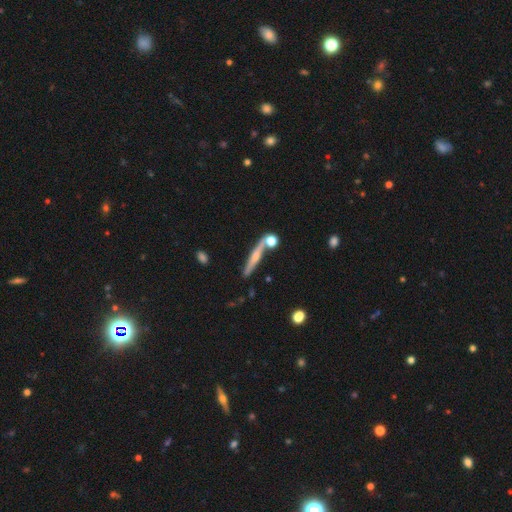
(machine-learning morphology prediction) Q: Smooth or featured?
A: featured or disk (57%); runner-up: smooth (35%)
Q: Edge-on disk?
A: yes (94%); runner-up: no (6%)
Q: Edge-on bulge?
A: rounded (74%); runner-up: none (17%)
Q: Merging?
A: none (73%); runner-up: merger (12%)